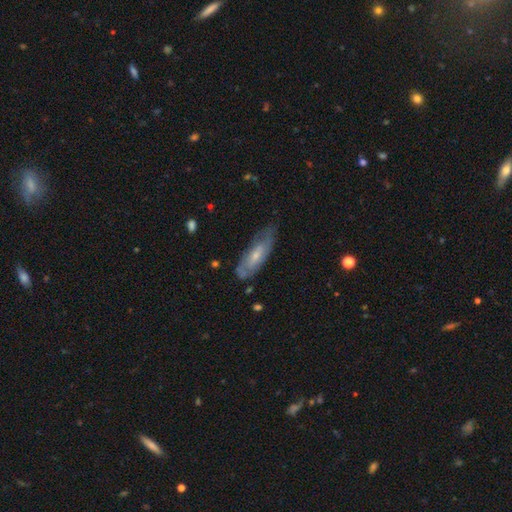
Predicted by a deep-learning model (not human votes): smooth_or_featured: featured or disk (p=0.52) [alt: smooth p=0.41]
disk_edge_on: no (p=0.75) [alt: yes p=0.25]
merging: none (p=0.62) [alt: minor disturbance p=0.28]